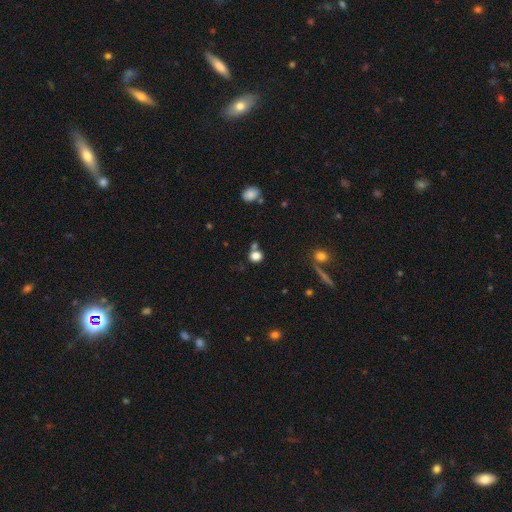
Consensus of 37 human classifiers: smooth-or-featured: smooth: 86% | featured or disk: 8% | star or artifact: 5%
  how-rounded: round: 66% | in between: 34% | cigar-shaped: 0%
  merging: none: 60% | merger: 29% | minor disturbance: 11% | major disturbance: 0%